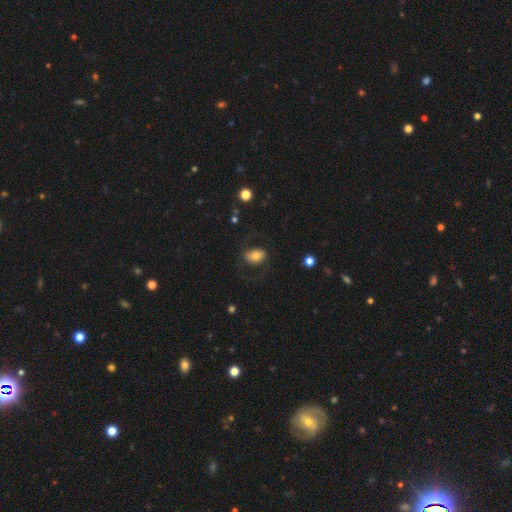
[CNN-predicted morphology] This appears to be a smooth galaxy with no disk features (57%) that is in between round and cigar-shaped (75%). Merging: none (65%).